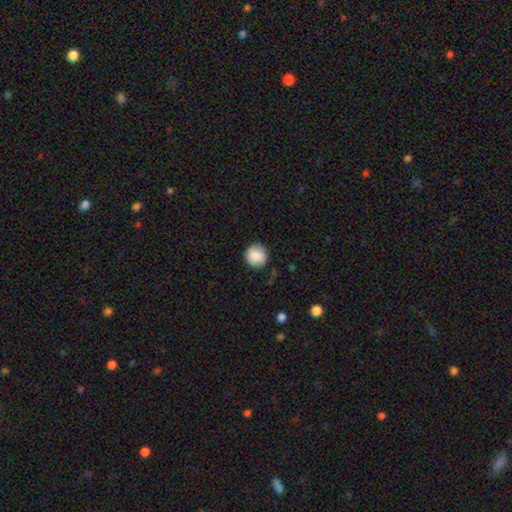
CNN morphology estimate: A smooth galaxy with no disk features (87%) that is round (93%). Merging: none (87%).